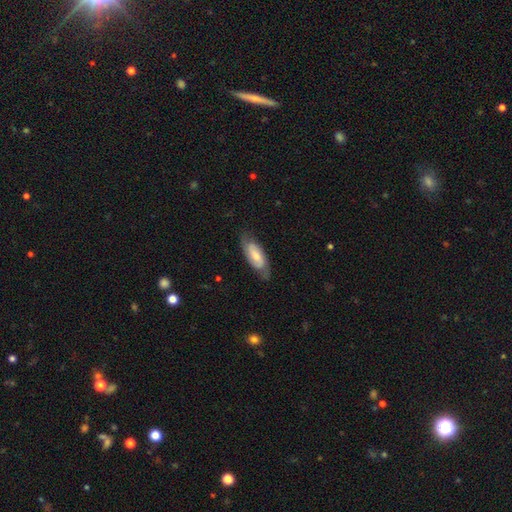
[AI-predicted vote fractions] A featured or disk galaxy (61%) with no bar (43%), spiral arms (89%) and a small central bulge (45%). Merging: none (72%).